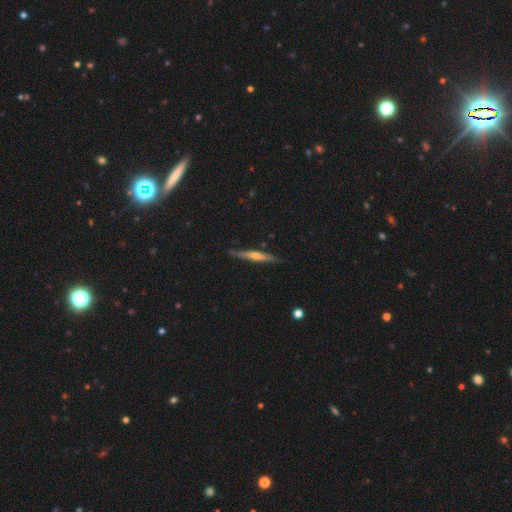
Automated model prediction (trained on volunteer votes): A featured or disk galaxy (66%) viewed edge-on (96%) with a rounded central bulge (73%). Merging: none (85%).